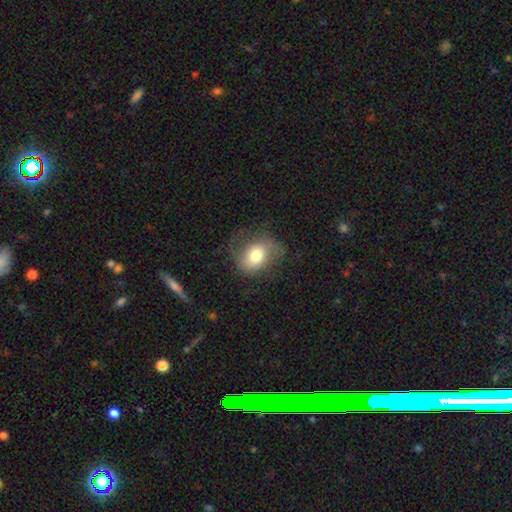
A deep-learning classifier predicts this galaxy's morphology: A smooth galaxy with no disk features (56%) that is in between round and cigar-shaped (58%). Merging: none (58%).